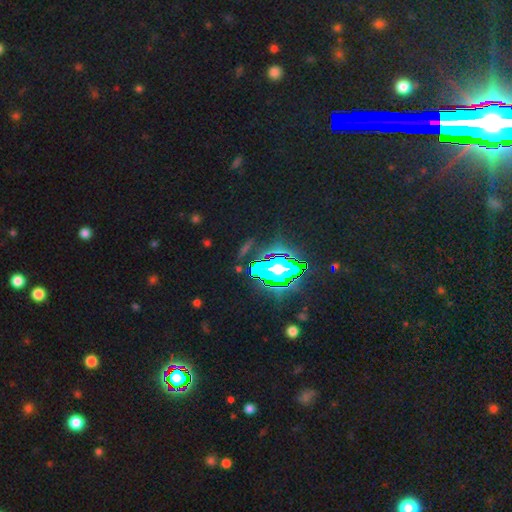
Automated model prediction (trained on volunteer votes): Morphology: type=star or artifact (83%).